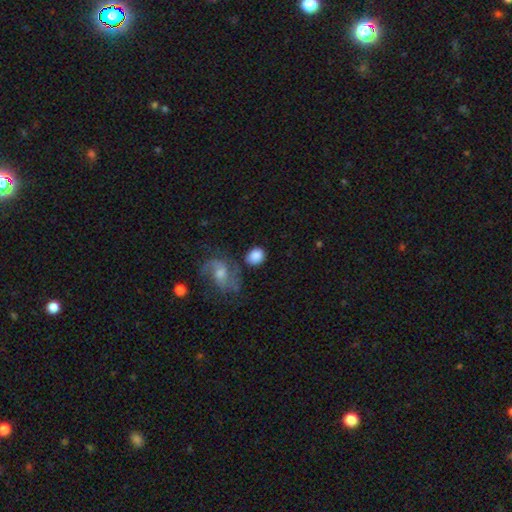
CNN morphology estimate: A smooth galaxy with no disk features (82%) that is round (64%). Merging: none (66%).